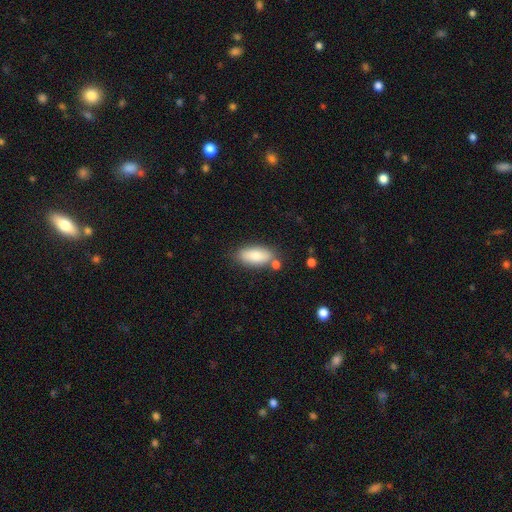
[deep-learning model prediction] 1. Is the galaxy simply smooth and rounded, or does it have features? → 82% smooth, 11% featured or disk, 7% star or artifact.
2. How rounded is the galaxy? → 86% in between, 11% cigar-shaped, 3% round.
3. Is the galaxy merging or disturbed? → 73% none, 15% minor disturbance, 9% merger, 3% major disturbance.